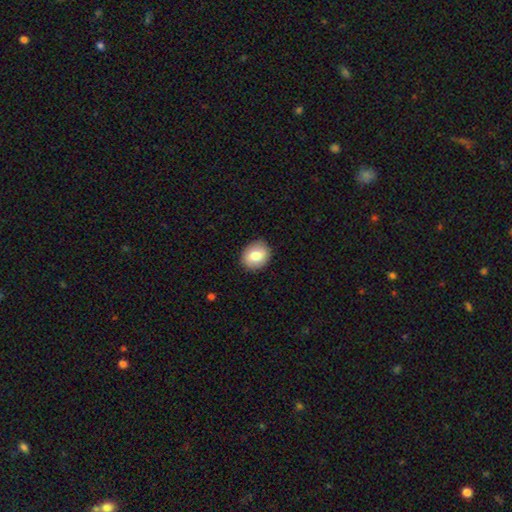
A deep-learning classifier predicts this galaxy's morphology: Smooth or featured? smooth (80%)
How rounded? round (54%)
Merging? none (89%)